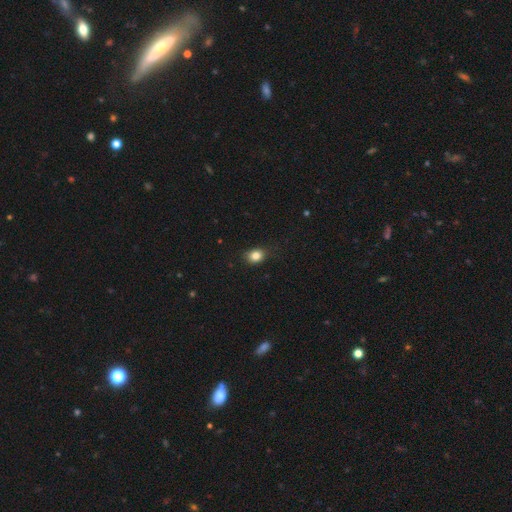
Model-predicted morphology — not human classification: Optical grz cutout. It shows a smooth galaxy with no disk features (83%) that is in between round and cigar-shaped (50%). Merging: none (78%).